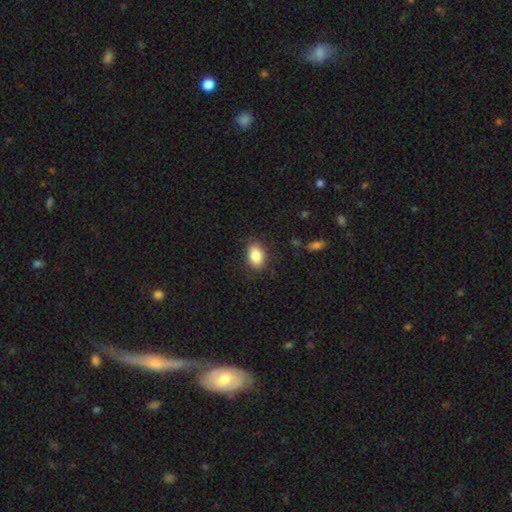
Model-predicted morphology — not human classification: type=smooth (87%); roundness=in between (84%); merging=none (83%).